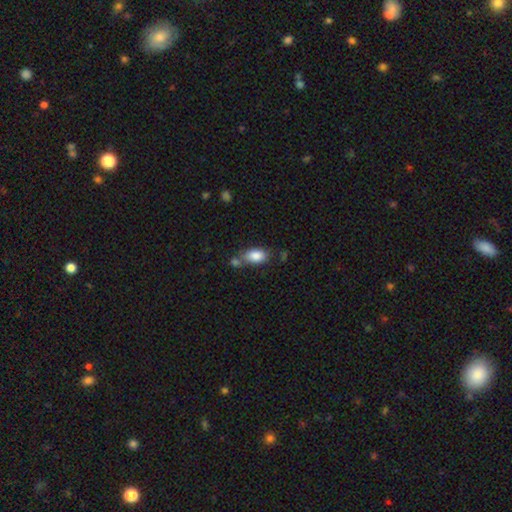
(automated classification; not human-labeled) A smooth galaxy with no disk features (85%) that is in between round and cigar-shaped (91%).

Vote fractions:
- Smooth or featured? smooth: 85% / star or artifact: 8% / featured or disk: 7%
- How rounded? in between: 91% / round: 6% / cigar-shaped: 3%
- Merging? none: 51% / merger: 25% / minor disturbance: 18% / major disturbance: 6%